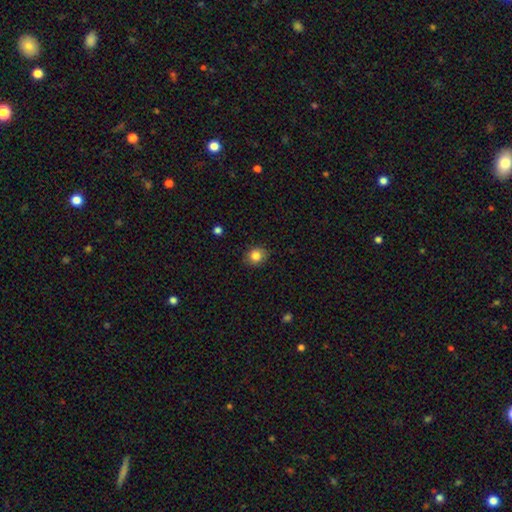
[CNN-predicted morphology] This appears to be a smooth galaxy with no disk features (84%) that is round (75%). Merging: none (85%).